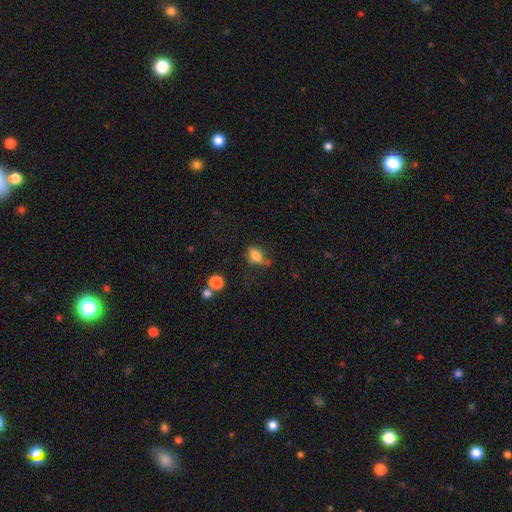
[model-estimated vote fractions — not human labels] A smooth galaxy with no disk features (75%) that is in between round and cigar-shaped (80%).

Vote fractions:
- Smooth or featured? smooth: 75% / featured or disk: 15% / star or artifact: 10%
- How rounded? in between: 80% / round: 12% / cigar-shaped: 7%
- Merging? none: 49% / minor disturbance: 31% / major disturbance: 14% / merger: 6%